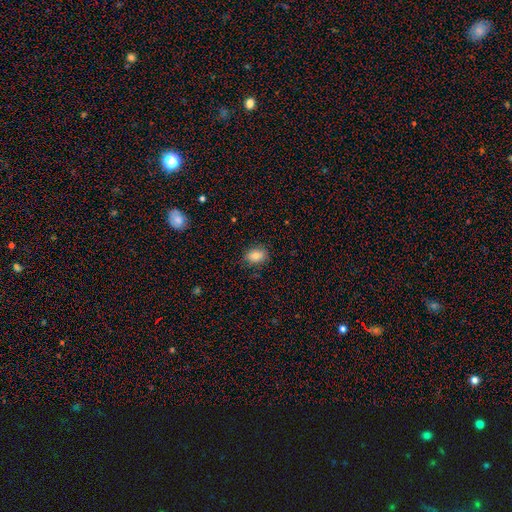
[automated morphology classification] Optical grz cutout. It shows a smooth galaxy with no disk features (82%) that is in between round and cigar-shaped (73%). Merging: none (83%).